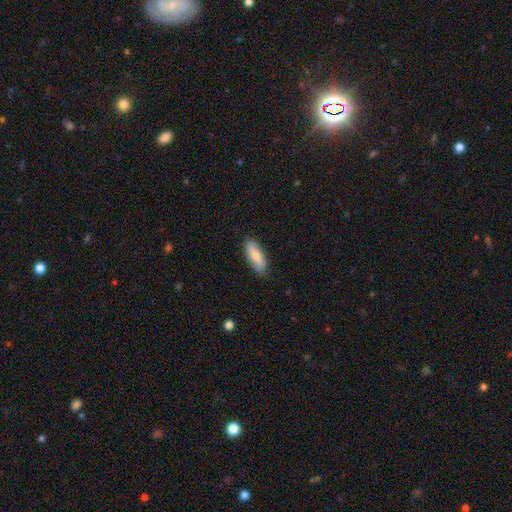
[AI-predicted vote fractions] Smooth or featured? Predicted: featured or disk (p=0.50). Edge-on disk? Predicted: no (p=0.83). Merging? Predicted: none (p=0.84).